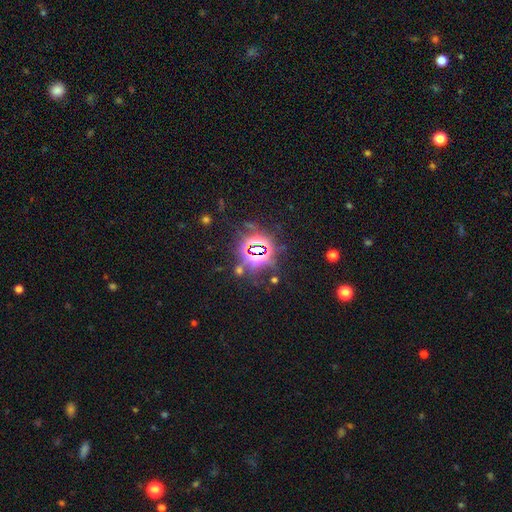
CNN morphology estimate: Smooth or featured?
  - star or artifact: 81% *
  - smooth: 10%
  - featured or disk: 8%